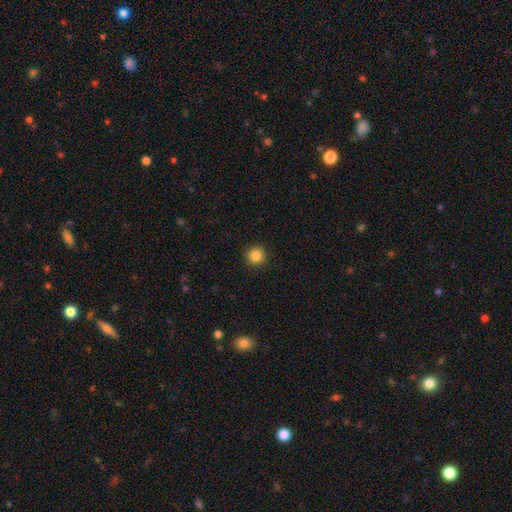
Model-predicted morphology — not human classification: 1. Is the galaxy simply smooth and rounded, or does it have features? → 86% smooth, 11% star or artifact, 4% featured or disk.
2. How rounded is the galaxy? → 96% round, 3% in between, 1% cigar-shaped.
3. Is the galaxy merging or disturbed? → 93% none, 5% minor disturbance, 2% major disturbance, 1% merger.